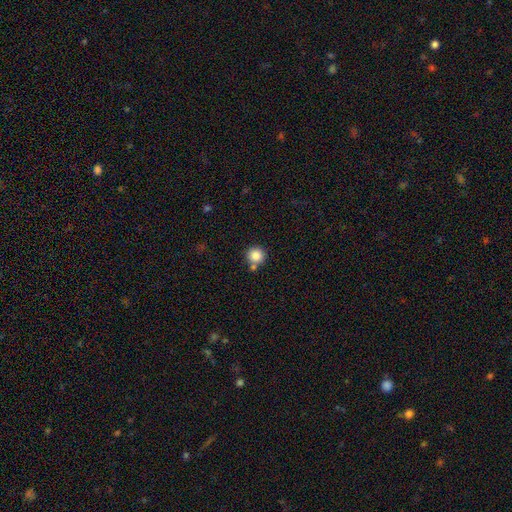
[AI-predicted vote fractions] Overall: smooth (85%). How rounded: round (94%). Merging: none (73%).